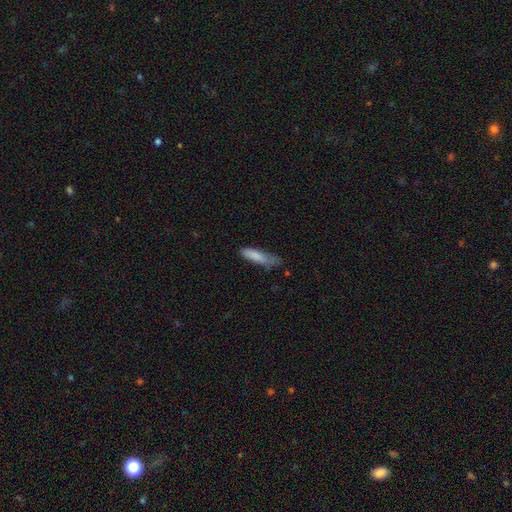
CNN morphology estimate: This appears to be a smooth galaxy with no disk features (83%) that is cigar-shaped (70%). Merging: none (45%).